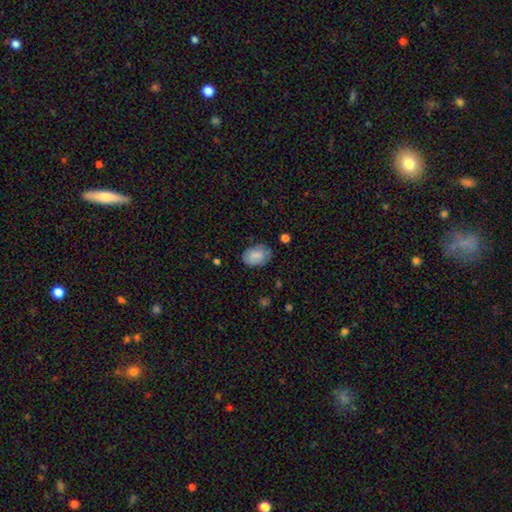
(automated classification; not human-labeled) Overall: smooth (83%). How rounded: in between (80%). Merging: none (74%).